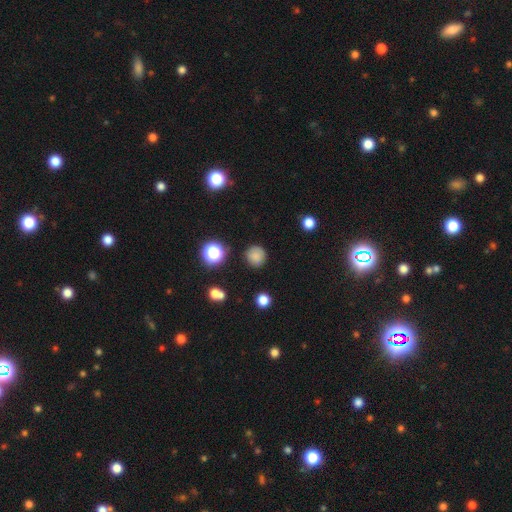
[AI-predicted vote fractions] smooth-or-featured: smooth: 80% | star or artifact: 14% | featured or disk: 6%
  how-rounded: round: 93% | in between: 6% | cigar-shaped: 1%
  merging: none: 85% | minor disturbance: 10% | major disturbance: 3% | merger: 2%